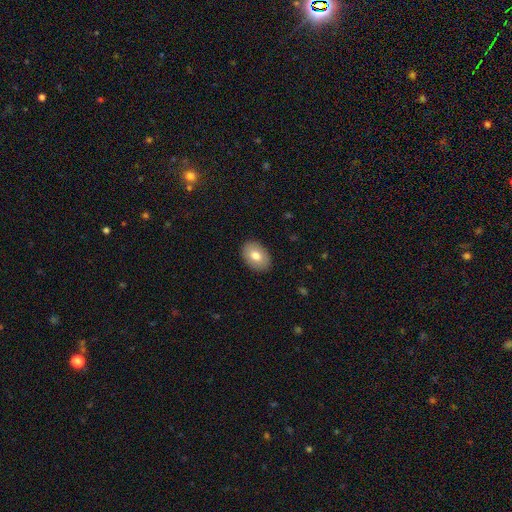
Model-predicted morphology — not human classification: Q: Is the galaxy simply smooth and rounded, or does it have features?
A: smooth — 77%.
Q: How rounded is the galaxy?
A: in between — 84%.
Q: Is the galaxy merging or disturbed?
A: none — 89%.